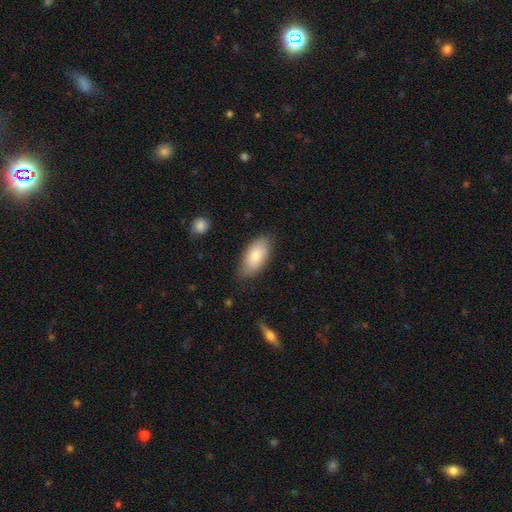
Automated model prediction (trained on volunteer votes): This is clearly a smooth galaxy (81%). How rounded: clearly in between (93%). Merging: likely none (76%).